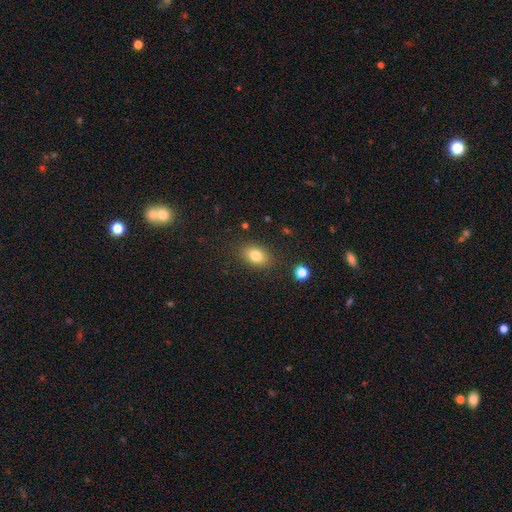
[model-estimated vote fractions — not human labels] The model was most divided on "how rounded": in between: 80%, round: 18%, cigar-shaped: 2%. More confident: merging — none (84%); smooth or featured — smooth (79%).